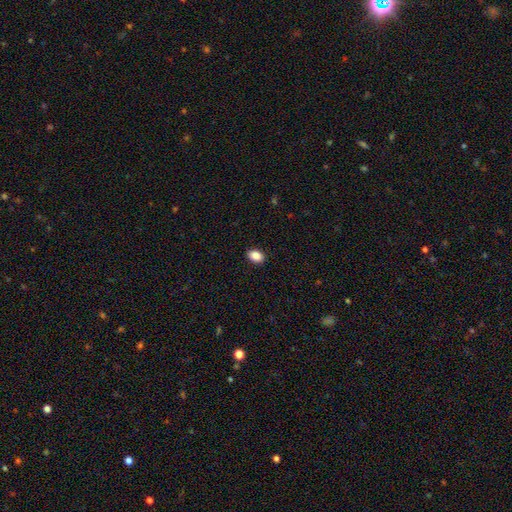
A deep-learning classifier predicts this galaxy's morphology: smooth-or-featured: smooth: 89% | star or artifact: 8% | featured or disk: 3%
  how-rounded: in between: 81% | round: 18% | cigar-shaped: 1%
  merging: none: 90% | minor disturbance: 7% | major disturbance: 2% | merger: 1%